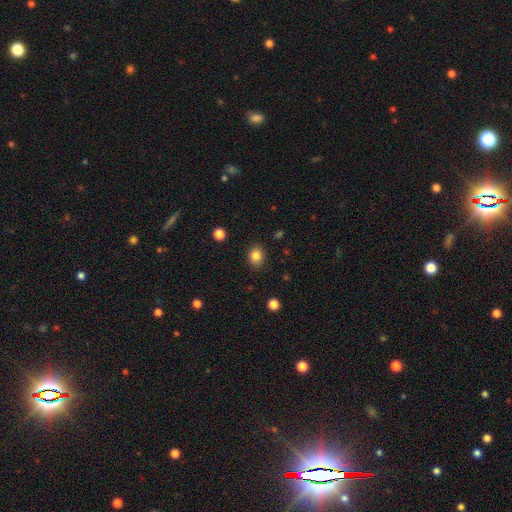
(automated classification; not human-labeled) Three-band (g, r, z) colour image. It shows a smooth galaxy with no disk features (84%) that is round (50%). Merging: none (87%).